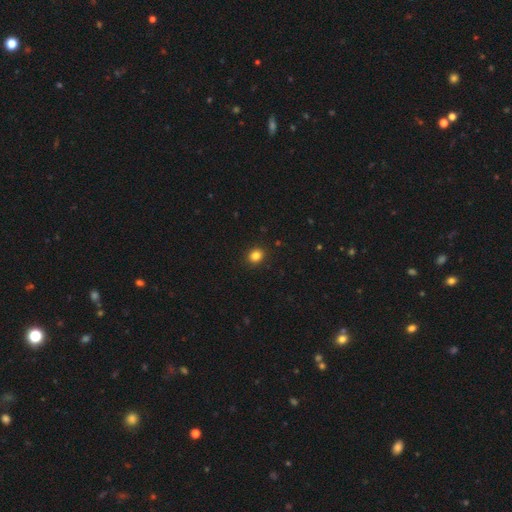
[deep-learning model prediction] Smooth or featured?
  - smooth: 84% *
  - star or artifact: 11%
  - featured or disk: 5%
How rounded?
  - round: 66% *
  - in between: 33%
  - cigar-shaped: 1%
Merging?
  - none: 91% *
  - minor disturbance: 6%
  - major disturbance: 2%
  - merger: 1%